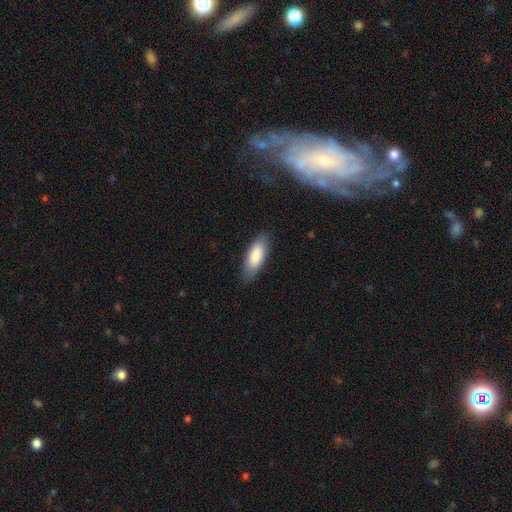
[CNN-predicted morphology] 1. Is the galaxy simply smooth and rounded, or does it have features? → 85% smooth, 10% featured or disk, 5% star or artifact.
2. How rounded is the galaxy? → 74% in between, 24% cigar-shaped, 2% round.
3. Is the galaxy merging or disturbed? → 84% none, 13% minor disturbance, 3% major disturbance, 1% merger.